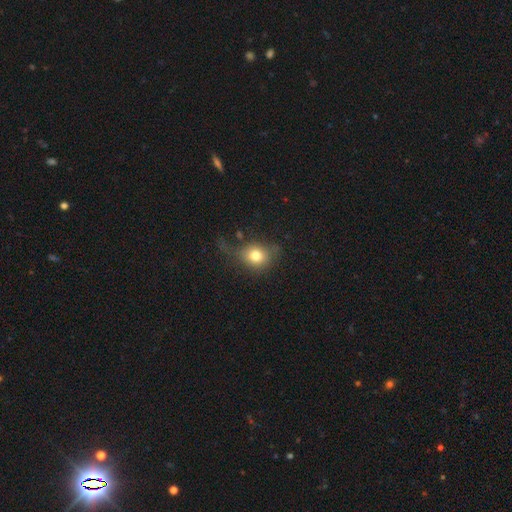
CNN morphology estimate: Smooth or featured? smooth (76%)
How rounded? round (67%)
Merging? none (49%)